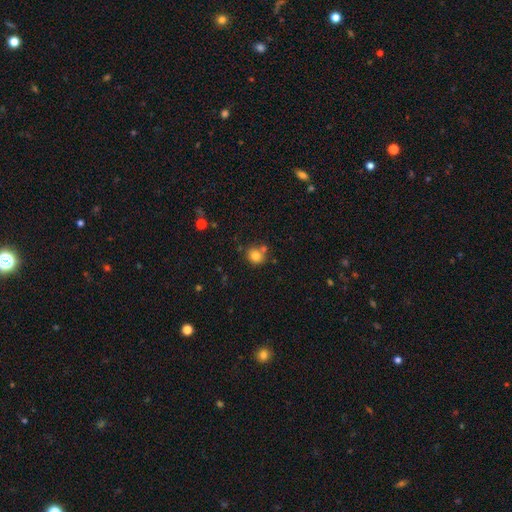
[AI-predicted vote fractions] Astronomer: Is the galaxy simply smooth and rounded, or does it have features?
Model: smooth — 79%.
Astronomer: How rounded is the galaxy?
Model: round — 87%.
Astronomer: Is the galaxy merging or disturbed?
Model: none — 67%.